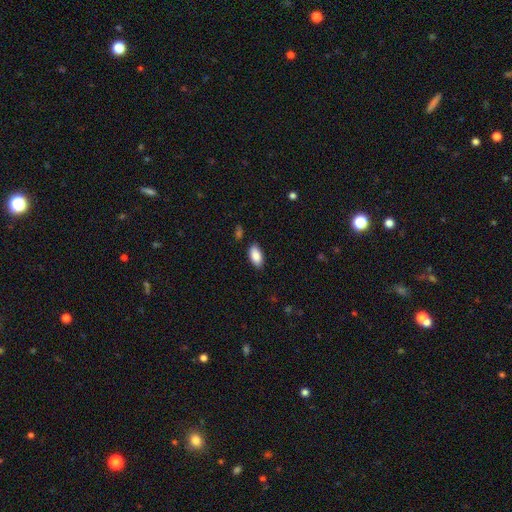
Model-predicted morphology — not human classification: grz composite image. It shows a smooth galaxy with no disk features (87%) that is in between round and cigar-shaped (93%). Merging: none (86%).